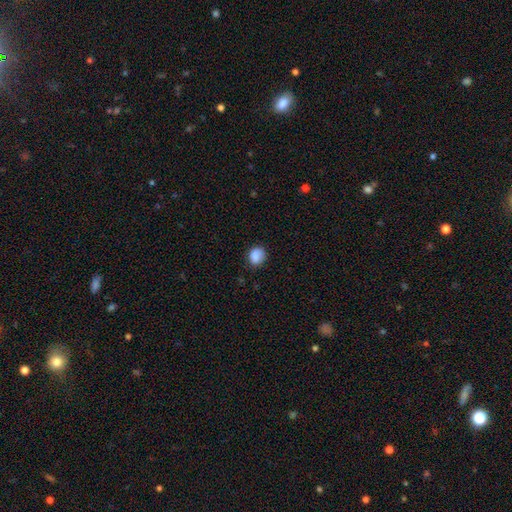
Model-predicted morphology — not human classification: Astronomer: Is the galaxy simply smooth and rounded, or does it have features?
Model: smooth — 87%.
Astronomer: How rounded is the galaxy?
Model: round — 66%.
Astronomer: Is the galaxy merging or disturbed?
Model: none — 76%.